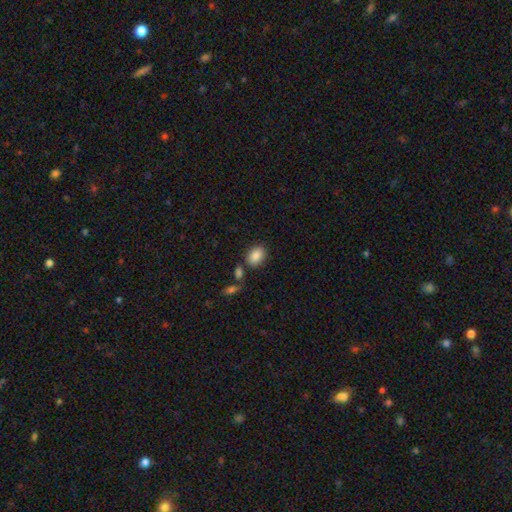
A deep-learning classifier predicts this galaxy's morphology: Smooth or featured? smooth (86%)
How rounded? in between (76%)
Merging? none (78%)